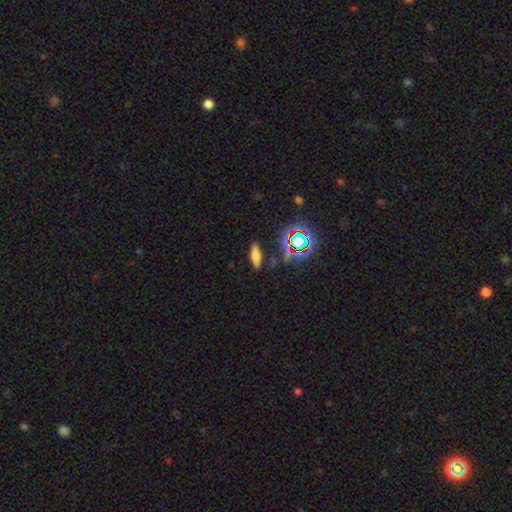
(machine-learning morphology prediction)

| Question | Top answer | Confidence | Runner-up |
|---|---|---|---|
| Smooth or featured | smooth | 58% | featured or disk (22%) |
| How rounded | in between | 55% | cigar-shaped (39%) |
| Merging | none | 83% | minor disturbance (11%) |